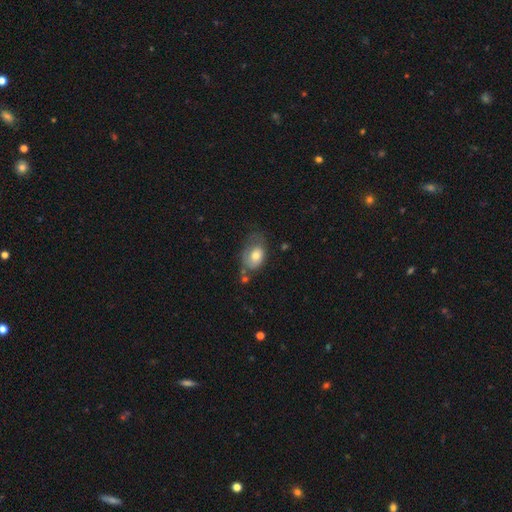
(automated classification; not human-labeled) smooth-or-featured: smooth: 66% | featured or disk: 26% | star or artifact: 7%
  how-rounded: in between: 81% | round: 18% | cigar-shaped: 1%
  merging: none: 36% | minor disturbance: 33% | major disturbance: 23% | merger: 8%